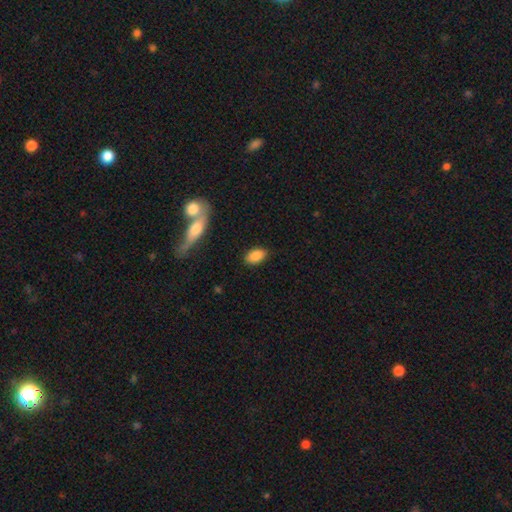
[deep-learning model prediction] Smooth or featured?
  - smooth: 86% *
  - star or artifact: 8%
  - featured or disk: 6%
How rounded?
  - in between: 91% *
  - round: 6%
  - cigar-shaped: 3%
Merging?
  - none: 85% *
  - minor disturbance: 10%
  - major disturbance: 2%
  - merger: 2%